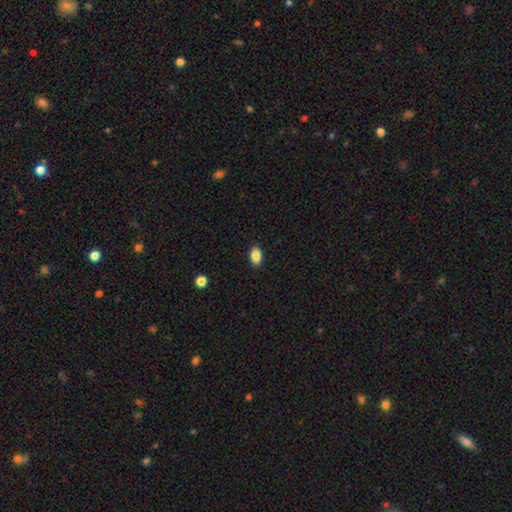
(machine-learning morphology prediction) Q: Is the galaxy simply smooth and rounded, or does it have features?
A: smooth — 87%.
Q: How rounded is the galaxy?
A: in between — 89%.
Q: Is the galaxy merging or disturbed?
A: none — 89%.